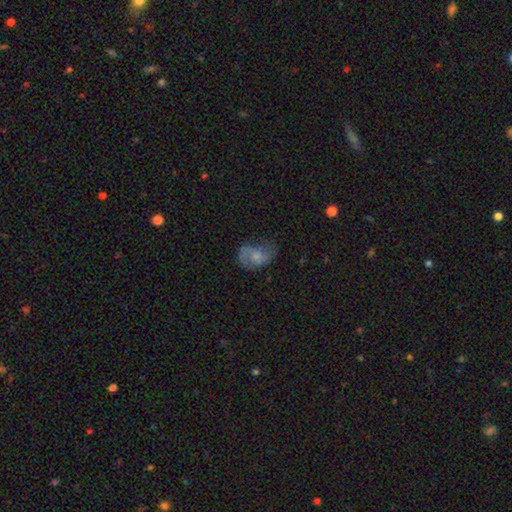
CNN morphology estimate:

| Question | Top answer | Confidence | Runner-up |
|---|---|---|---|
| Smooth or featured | featured or disk | 50% | smooth (41%) |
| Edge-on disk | no | 97% | yes (3%) |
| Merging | none | 47% | minor disturbance (29%) |